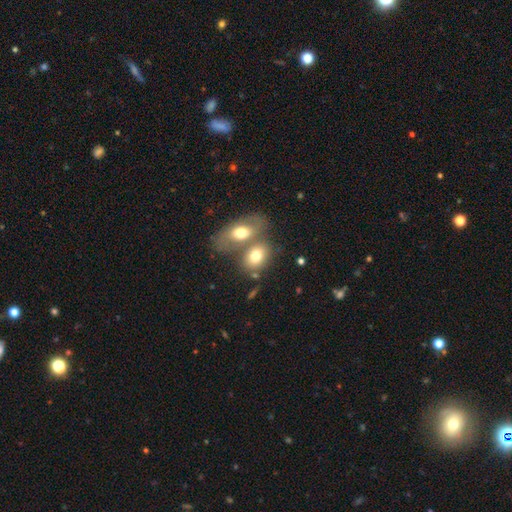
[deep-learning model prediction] smooth-or-featured: smooth: 70% | featured or disk: 22% | star or artifact: 8%
  how-rounded: in between: 78% | round: 20% | cigar-shaped: 2%
  merging: merger: 50% | none: 35% | minor disturbance: 10% | major disturbance: 5%